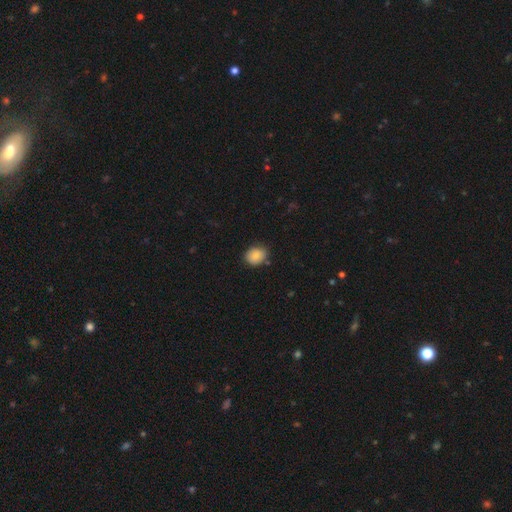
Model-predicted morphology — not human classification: Smooth or featured? smooth (86%)
How rounded? round (62%)
Merging? none (81%)